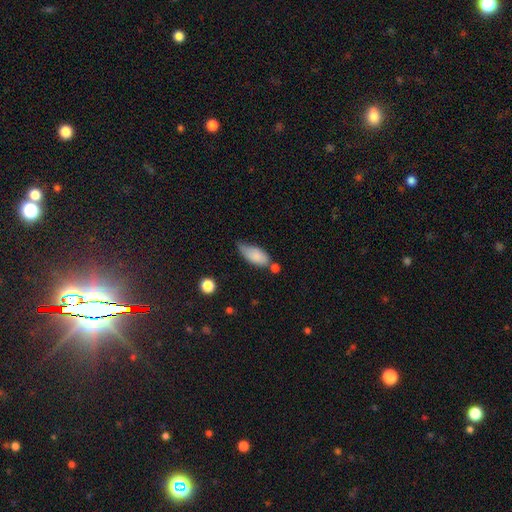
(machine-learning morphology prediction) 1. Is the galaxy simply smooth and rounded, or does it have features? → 81% smooth, 12% featured or disk, 7% star or artifact.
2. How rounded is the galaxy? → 86% in between, 11% cigar-shaped, 3% round.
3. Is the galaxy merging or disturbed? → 38% minor disturbance, 35% none, 15% merger, 12% major disturbance.